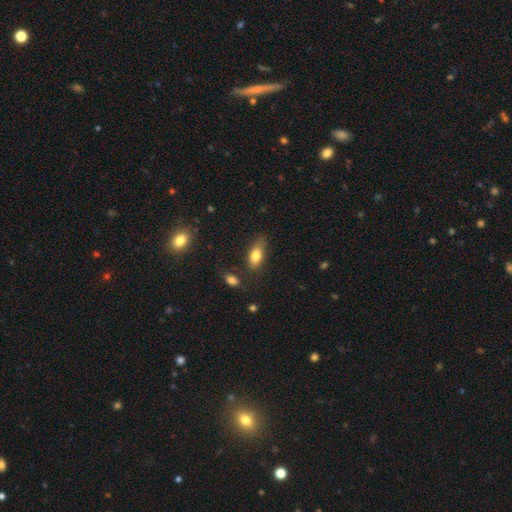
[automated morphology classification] smooth_or_featured: smooth (p=0.77) [alt: featured or disk p=0.15]
how_rounded: in between (p=0.80) [alt: cigar-shaped p=0.14]
merging: none (p=0.67) [alt: minor disturbance p=0.23]